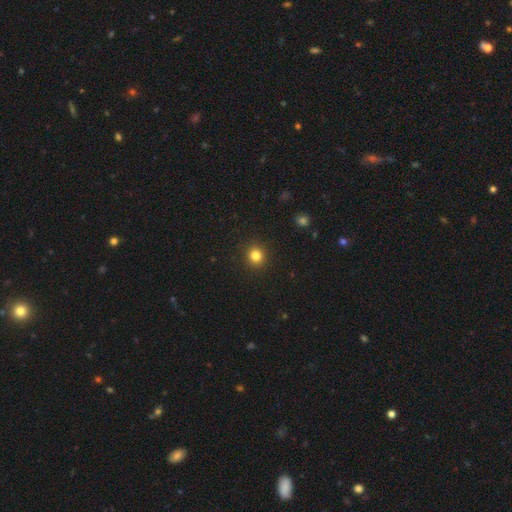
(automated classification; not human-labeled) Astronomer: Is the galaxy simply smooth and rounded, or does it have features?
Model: smooth — 83%.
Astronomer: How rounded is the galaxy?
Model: round — 89%.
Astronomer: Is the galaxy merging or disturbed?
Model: none — 92%.